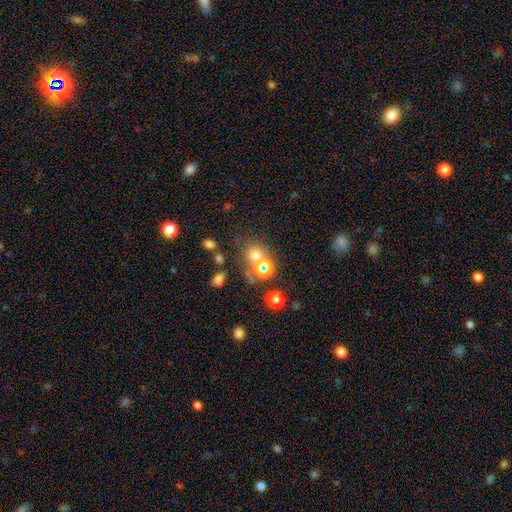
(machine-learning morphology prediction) The model was most divided on "merging": none: 57%, merger: 26%, minor disturbance: 11%, major disturbance: 7%. More confident: how rounded — round (79%); smooth or featured — smooth (64%).